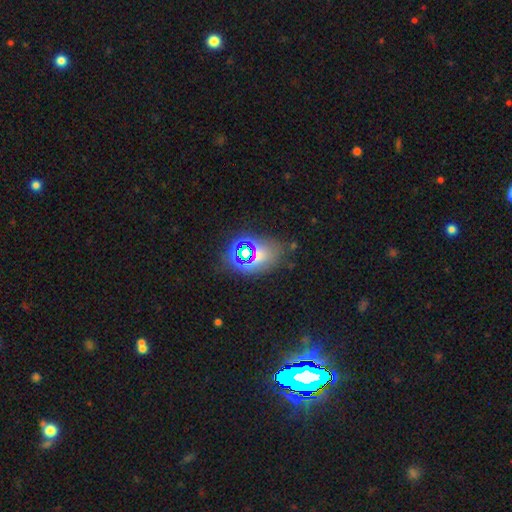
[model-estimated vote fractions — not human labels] Smooth or featured? Predicted: star or artifact (p=0.46).